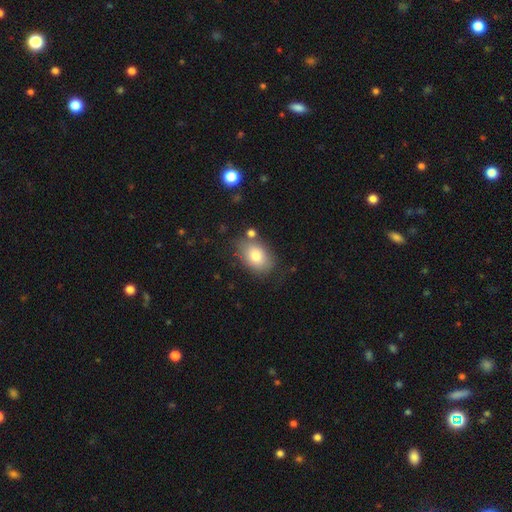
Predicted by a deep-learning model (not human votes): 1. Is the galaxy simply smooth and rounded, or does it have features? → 80% smooth, 12% featured or disk, 8% star or artifact.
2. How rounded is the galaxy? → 84% in between, 15% round, 1% cigar-shaped.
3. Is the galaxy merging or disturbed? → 71% none, 17% minor disturbance, 6% merger, 5% major disturbance.